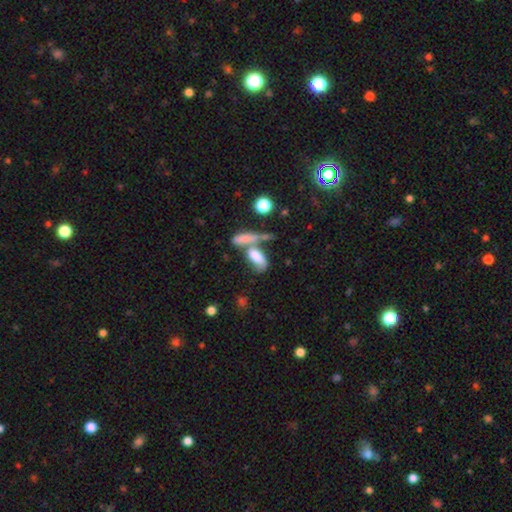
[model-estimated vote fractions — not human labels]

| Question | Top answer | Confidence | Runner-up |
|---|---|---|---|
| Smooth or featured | smooth | 73% | featured or disk (18%) |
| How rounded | in between | 71% | cigar-shaped (25%) |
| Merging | merger | 52% | none (28%) |